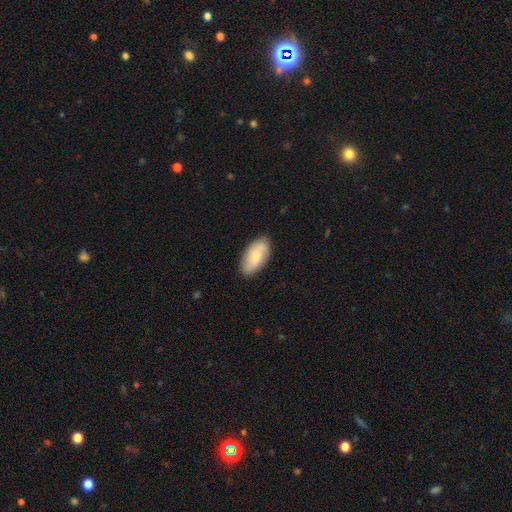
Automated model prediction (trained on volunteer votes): Q: Smooth or featured?
A: smooth (66%); runner-up: featured or disk (28%)
Q: How rounded?
A: in between (94%); runner-up: cigar-shaped (3%)
Q: Merging?
A: none (84%); runner-up: minor disturbance (13%)